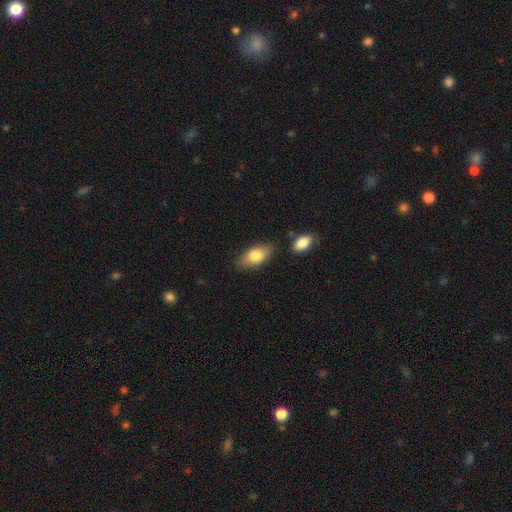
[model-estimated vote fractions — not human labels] smooth 79%, featured or disk 15%, star or artifact 6%. Down the decision tree: how rounded — in between (89%); merging — none (77%).